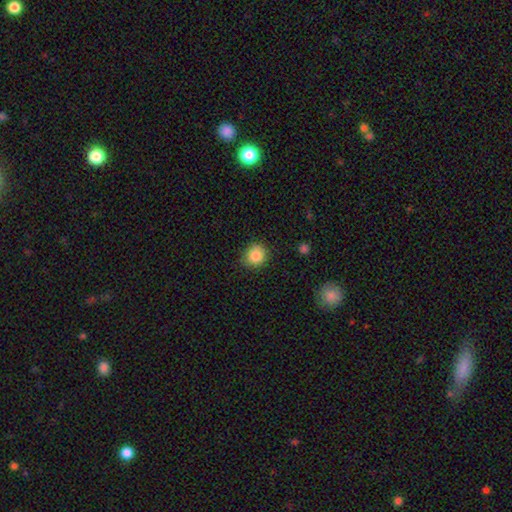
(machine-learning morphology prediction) smooth_or_featured: smooth (p=0.85) [alt: star or artifact p=0.10]
how_rounded: round (p=0.85) [alt: in between p=0.14]
merging: none (p=0.85) [alt: minor disturbance p=0.11]